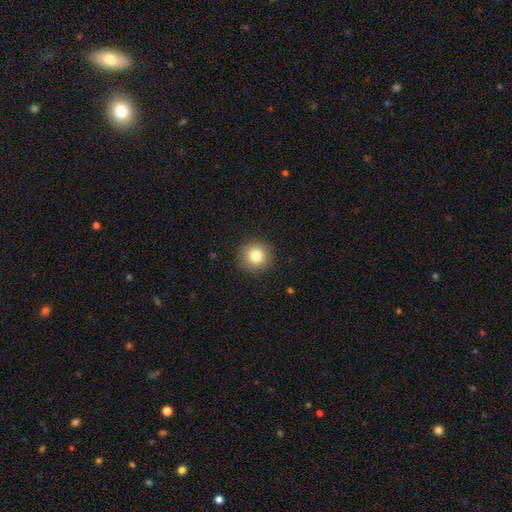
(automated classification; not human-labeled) A smooth galaxy with no disk features (80%) that is round (94%). Merging: none (91%).